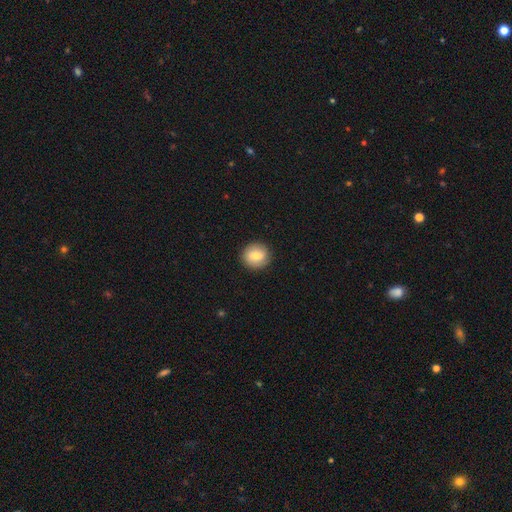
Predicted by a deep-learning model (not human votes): Overall: smooth (73%). How rounded: round (88%). Merging: none (88%).